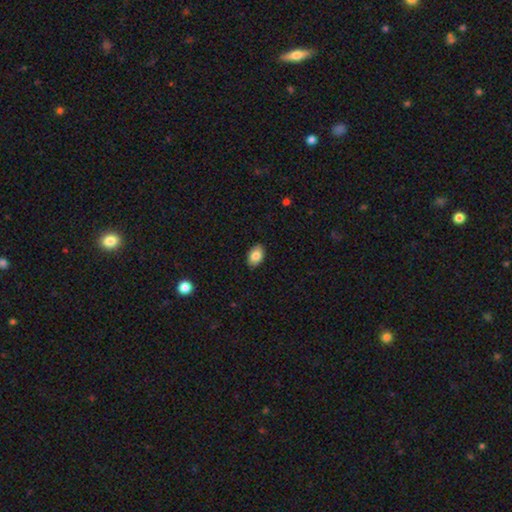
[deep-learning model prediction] Smooth or featured: smooth — 84% (featured or disk — 8%)
How rounded: in between — 90% (round — 9%)
Merging: none — 88% (minor disturbance — 9%)